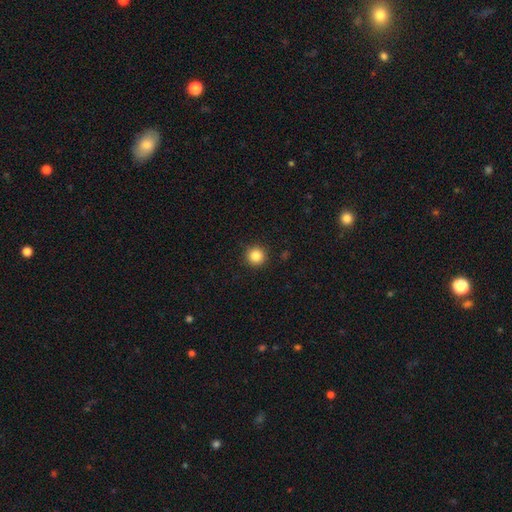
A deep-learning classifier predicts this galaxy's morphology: This is clearly a smooth galaxy (86%). How rounded: clearly round (95%). Merging: clearly none (91%).